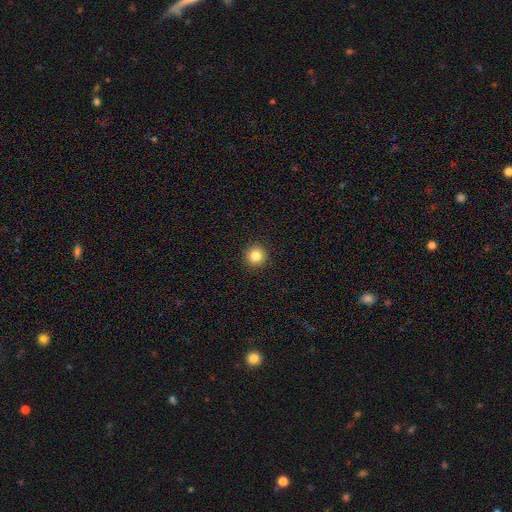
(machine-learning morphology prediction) Smooth or featured: smooth — 84% (star or artifact — 11%)
How rounded: round — 96% (in between — 3%)
Merging: none — 93% (minor disturbance — 4%)